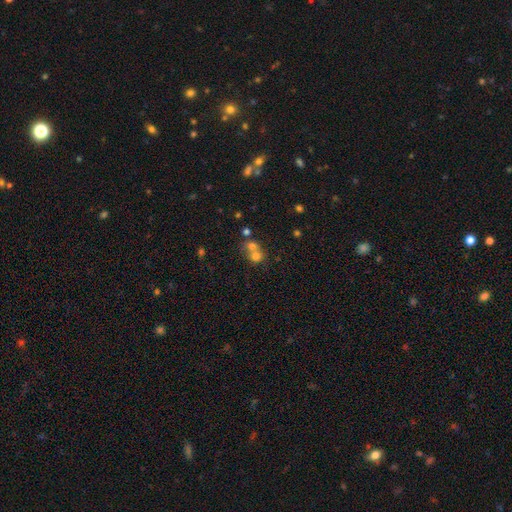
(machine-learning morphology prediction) Smooth or featured: smooth — 70% (featured or disk — 16%)
How rounded: round — 77% (in between — 22%)
Merging: merger — 62% (none — 30%)